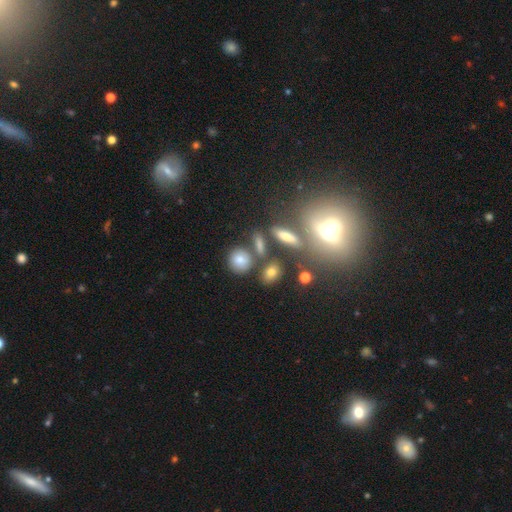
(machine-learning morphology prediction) Smooth or featured: star or artifact — 50% (smooth — 38%)